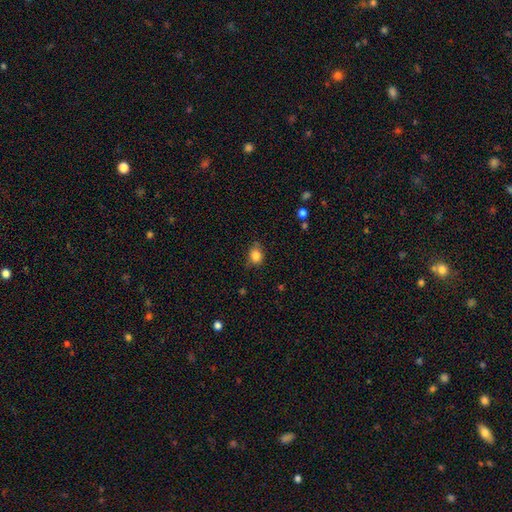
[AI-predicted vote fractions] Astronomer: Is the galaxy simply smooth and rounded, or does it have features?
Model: smooth — 83%.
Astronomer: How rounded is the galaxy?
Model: round — 57% (runner-up: in between, 42%).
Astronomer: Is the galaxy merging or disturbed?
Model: none — 72%.